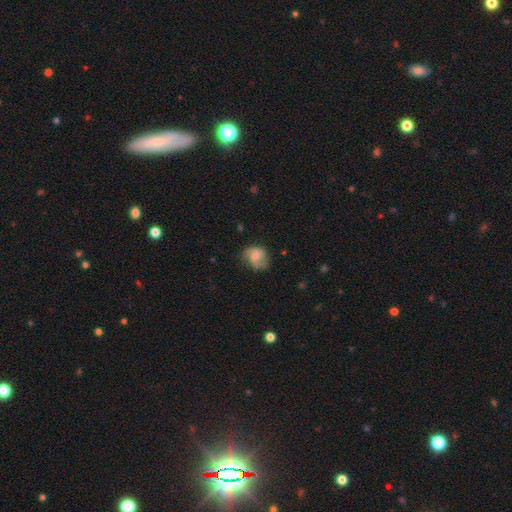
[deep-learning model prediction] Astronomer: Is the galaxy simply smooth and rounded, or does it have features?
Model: featured or disk — 61%.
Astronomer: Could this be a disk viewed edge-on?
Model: no — 98%.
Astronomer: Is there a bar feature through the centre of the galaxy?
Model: no — 52% (runner-up: weak, 40%).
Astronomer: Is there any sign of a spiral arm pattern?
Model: yes — 91%.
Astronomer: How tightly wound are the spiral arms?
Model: medium — 46% (runner-up: loose, 34%).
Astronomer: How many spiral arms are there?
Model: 2 — 79%.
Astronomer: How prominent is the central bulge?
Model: small — 41% (runner-up: moderate, 38%).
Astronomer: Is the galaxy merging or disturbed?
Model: none — 63%.